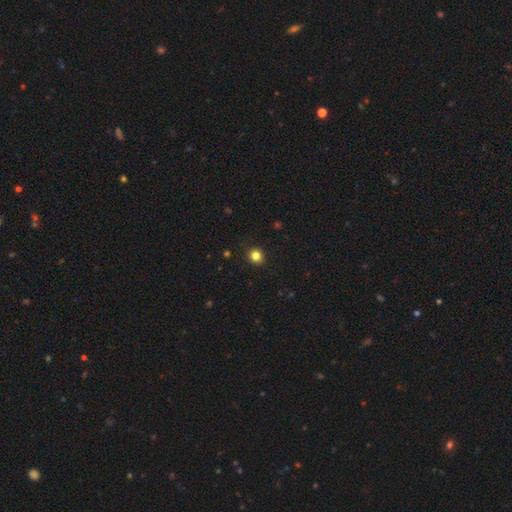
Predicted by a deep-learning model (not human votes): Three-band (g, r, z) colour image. It shows a smooth galaxy with no disk features (83%) that is round (91%). Merging: none (92%).